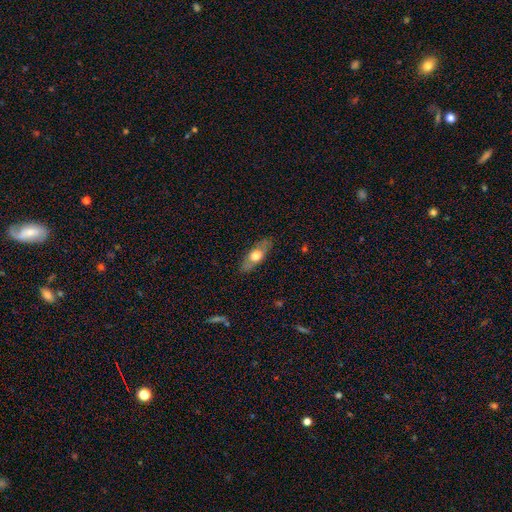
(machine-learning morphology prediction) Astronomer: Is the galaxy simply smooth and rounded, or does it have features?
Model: smooth — 55% (runner-up: featured or disk, 39%).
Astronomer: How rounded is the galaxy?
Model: in between — 66%.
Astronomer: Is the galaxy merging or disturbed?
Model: none — 83%.